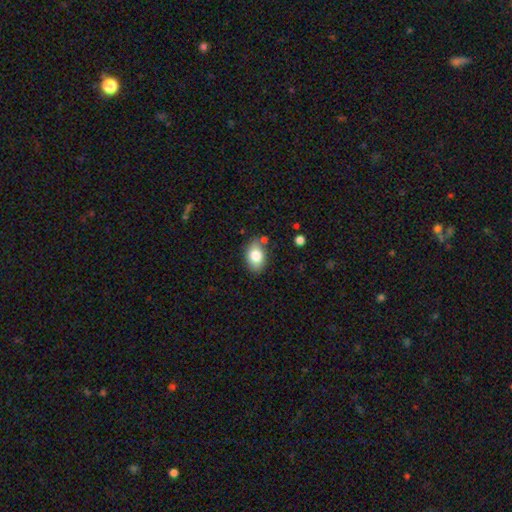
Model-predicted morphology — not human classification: A smooth galaxy with no disk features (81%) that is in between round and cigar-shaped (87%). Merging: none (78%).